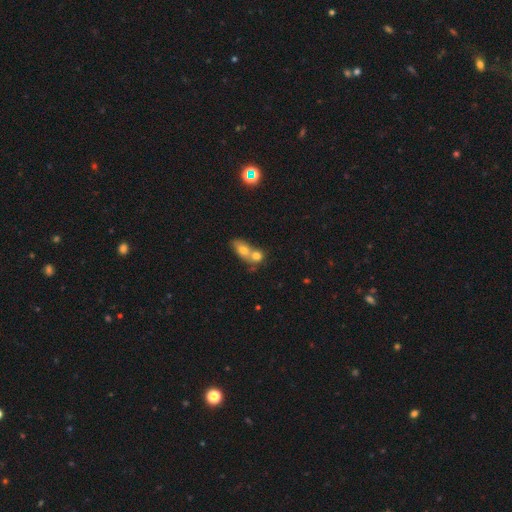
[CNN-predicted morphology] smooth-or-featured: smooth: 56% | featured or disk: 24% | star or artifact: 20%
  how-rounded: in between: 54% | round: 36% | cigar-shaped: 9%
  merging: merger: 55% | none: 33% | minor disturbance: 7% | major disturbance: 5%